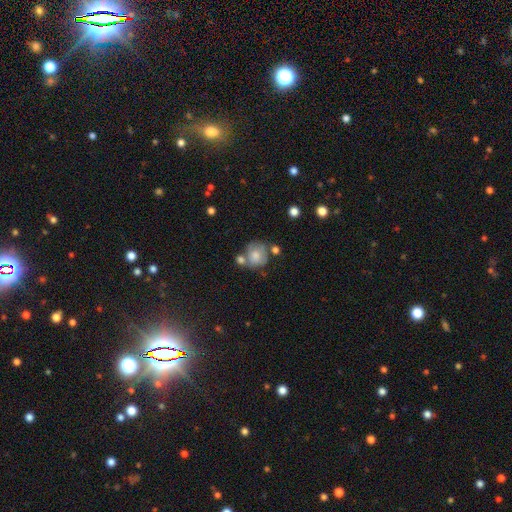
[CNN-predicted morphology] Smooth or featured: smooth — 71% (featured or disk — 21%)
How rounded: round — 81% (in between — 18%)
Merging: none — 47% (merger — 27%)